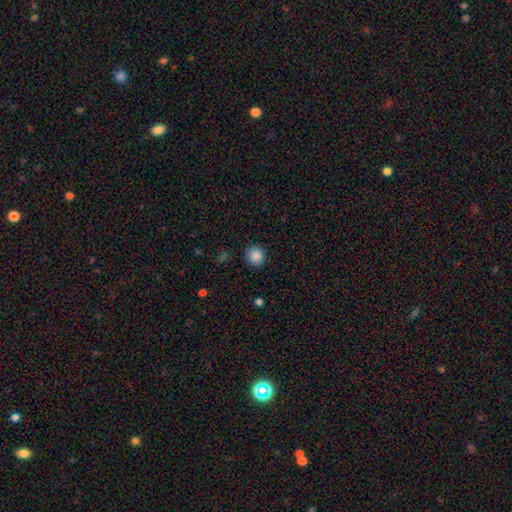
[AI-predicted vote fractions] The model was most divided on "smooth or featured": smooth: 88%, star or artifact: 9%, featured or disk: 3%. More confident: how rounded — round (91%); merging — none (90%).